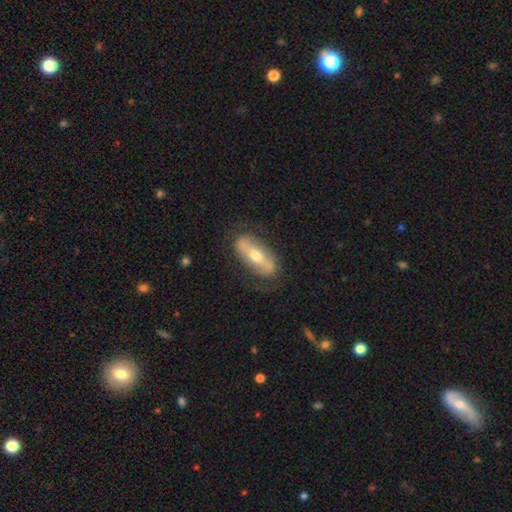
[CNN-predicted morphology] Q: Smooth or featured?
A: featured or disk (60%); runner-up: smooth (34%)
Q: Edge-on disk?
A: no (75%); runner-up: yes (25%)
Q: Merging?
A: none (73%); runner-up: minor disturbance (17%)